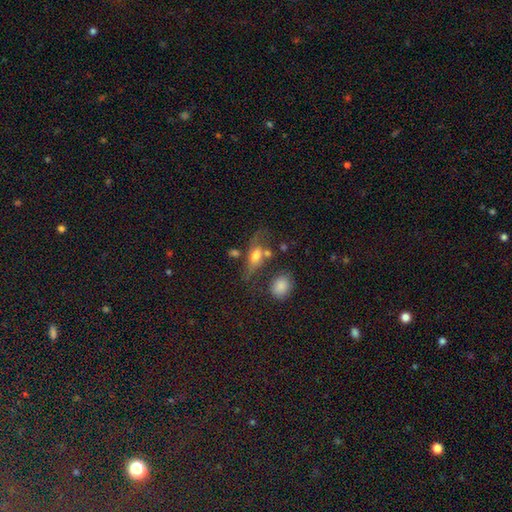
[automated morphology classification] type=smooth (54%); roundness=in between (71%); merging=none (43%).